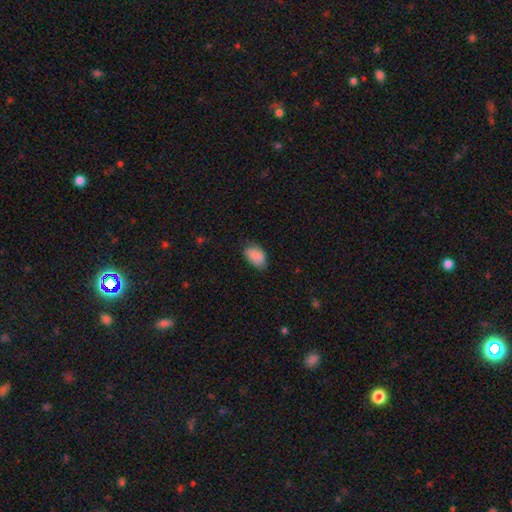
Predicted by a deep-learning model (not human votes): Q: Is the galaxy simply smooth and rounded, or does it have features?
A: smooth — 87%.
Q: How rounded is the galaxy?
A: in between — 89%.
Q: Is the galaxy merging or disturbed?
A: none — 68%.